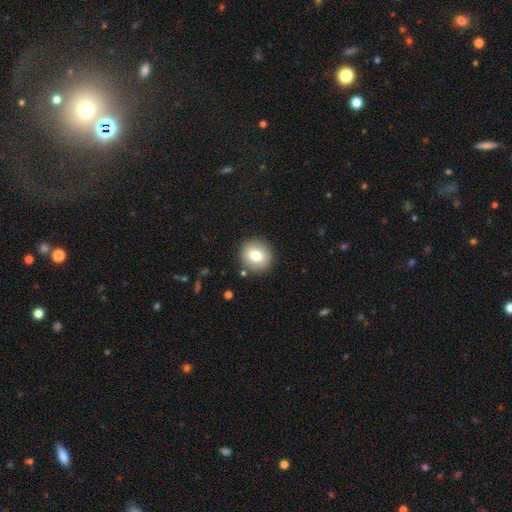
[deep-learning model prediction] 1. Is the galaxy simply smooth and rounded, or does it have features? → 75% smooth, 16% featured or disk, 9% star or artifact.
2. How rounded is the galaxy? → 89% round, 10% in between, 1% cigar-shaped.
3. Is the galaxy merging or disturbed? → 89% none, 7% minor disturbance, 2% major disturbance, 2% merger.